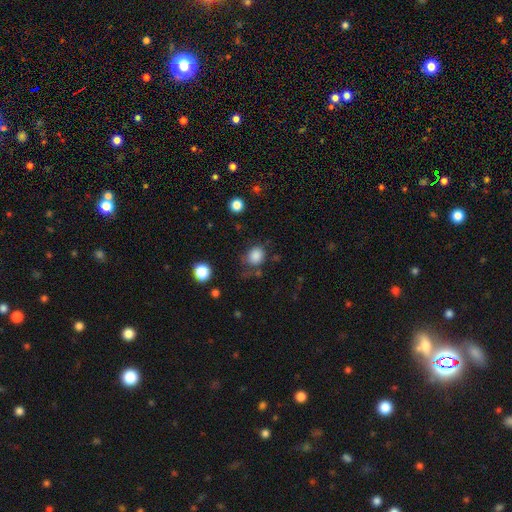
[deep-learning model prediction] Smooth or featured?
  - smooth: 85% *
  - star or artifact: 10%
  - featured or disk: 5%
How rounded?
  - round: 65% *
  - in between: 34%
  - cigar-shaped: 1%
Merging?
  - none: 66% *
  - minor disturbance: 21%
  - major disturbance: 10%
  - merger: 4%